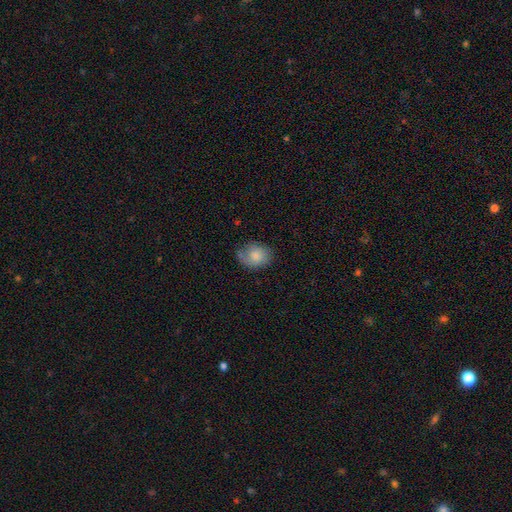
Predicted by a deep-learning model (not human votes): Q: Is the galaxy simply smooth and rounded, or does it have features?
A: smooth — 74%.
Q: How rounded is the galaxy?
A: round — 50%.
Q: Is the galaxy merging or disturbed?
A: none — 60%.